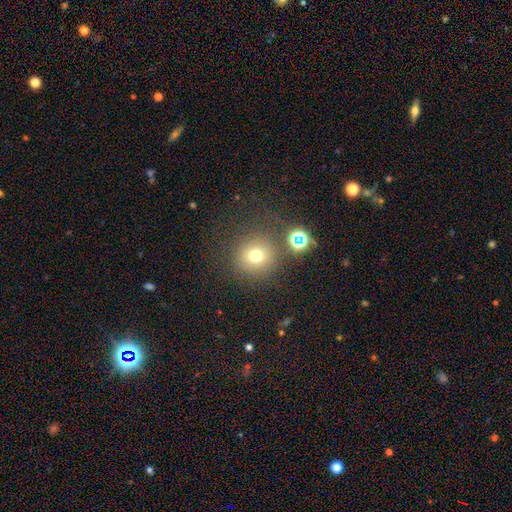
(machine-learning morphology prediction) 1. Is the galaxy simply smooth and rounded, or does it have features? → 71% smooth, 19% star or artifact, 10% featured or disk.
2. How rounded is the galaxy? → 93% round, 6% in between, 1% cigar-shaped.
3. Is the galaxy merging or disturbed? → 79% none, 9% minor disturbance, 6% merger, 5% major disturbance.